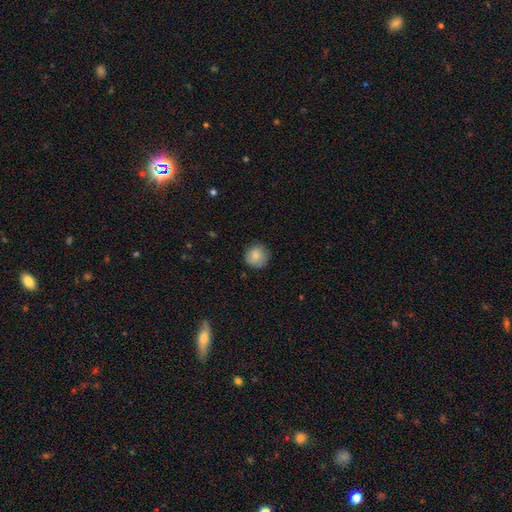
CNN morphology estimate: This is clearly a smooth galaxy (84%). How rounded: clearly round (92%). Merging: clearly none (84%).